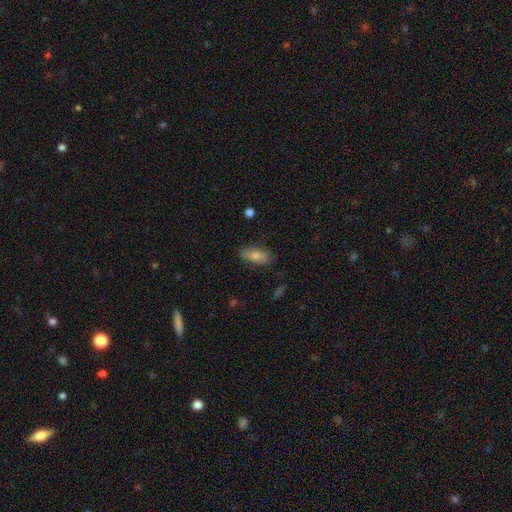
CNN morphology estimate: smooth 65%, featured or disk 25%, star or artifact 10%. Down the decision tree: how rounded — in between (76%); merging — none (82%).